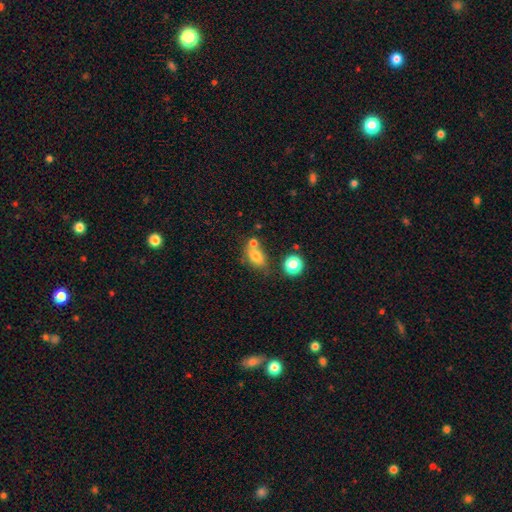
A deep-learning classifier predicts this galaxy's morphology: type=smooth (76%); roundness=in between (73%); merging=none (53%).